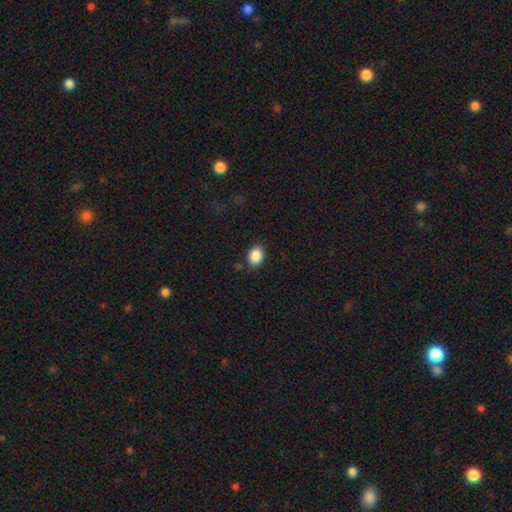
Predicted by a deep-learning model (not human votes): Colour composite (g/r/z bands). It shows a smooth galaxy with no disk features (87%) that is in between round and cigar-shaped (64%). Merging: none (84%).